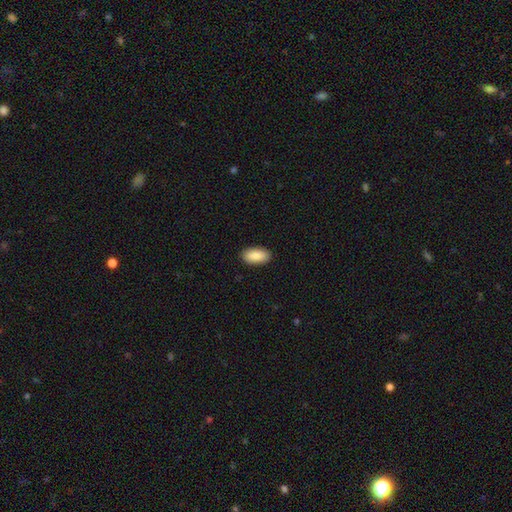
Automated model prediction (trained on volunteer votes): The model was most divided on "smooth or featured": smooth: 88%, star or artifact: 6%, featured or disk: 6%. More confident: how rounded — in between (94%); merging — none (90%).